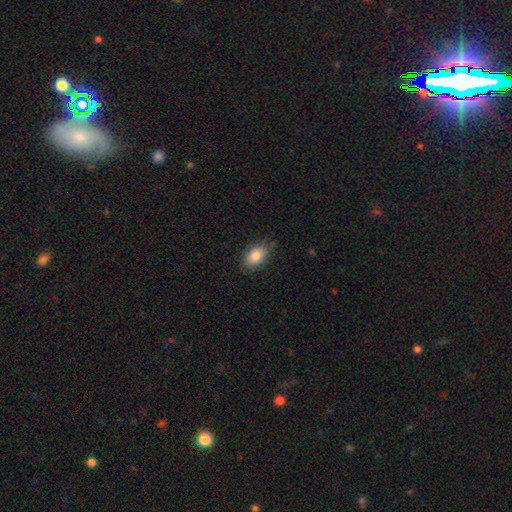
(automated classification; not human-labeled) Morphology: type=smooth (85%); roundness=in between (89%); merging=none (77%).